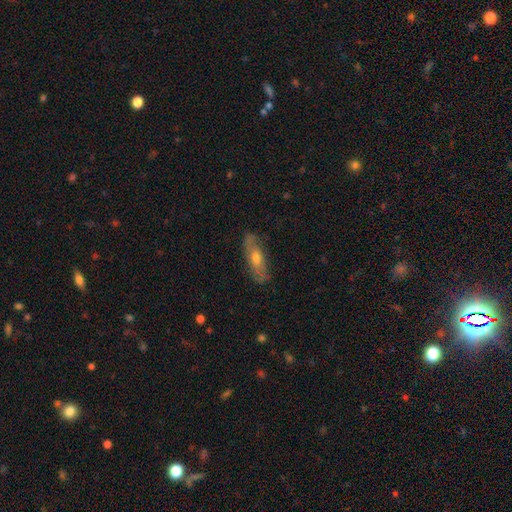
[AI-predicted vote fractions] Q: Smooth or featured?
A: featured or disk (56%); runner-up: smooth (35%)
Q: Edge-on disk?
A: no (61%); runner-up: yes (39%)
Q: Merging?
A: none (81%); runner-up: minor disturbance (15%)